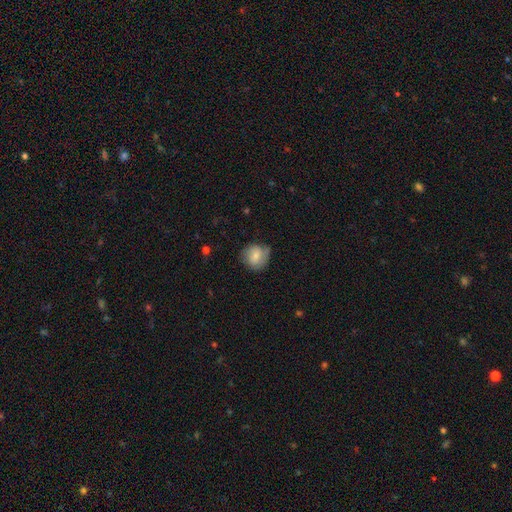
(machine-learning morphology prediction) Smooth or featured: smooth — 66% (featured or disk — 27%)
How rounded: round — 81% (in between — 18%)
Merging: none — 63% (minor disturbance — 27%)